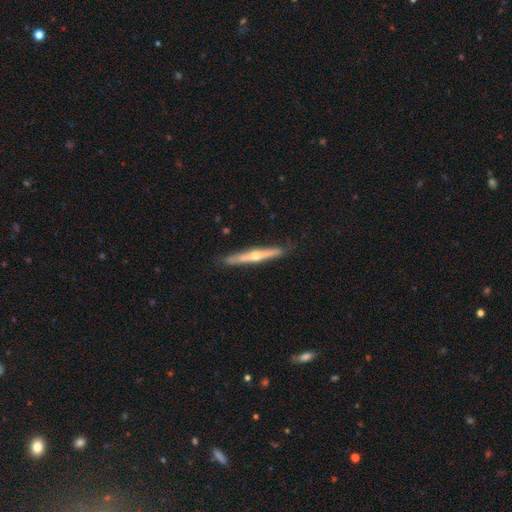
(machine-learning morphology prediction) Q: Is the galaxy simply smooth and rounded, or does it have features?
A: featured or disk — 70%.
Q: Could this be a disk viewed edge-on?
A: yes — 96%.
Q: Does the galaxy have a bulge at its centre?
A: rounded — 87%.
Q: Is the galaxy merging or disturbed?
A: none — 88%.